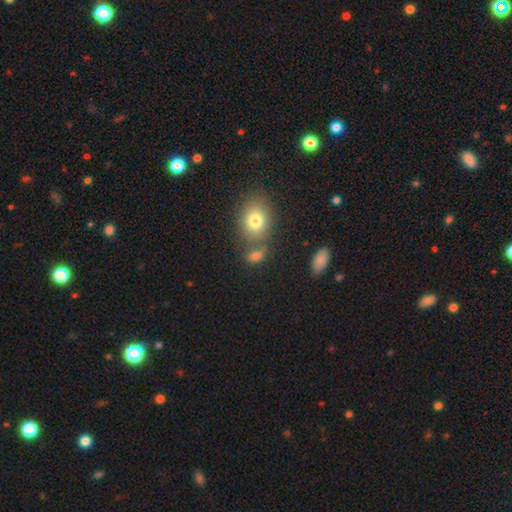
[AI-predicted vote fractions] Smooth or featured? smooth (75%)
How rounded? in between (70%)
Merging? none (55%)